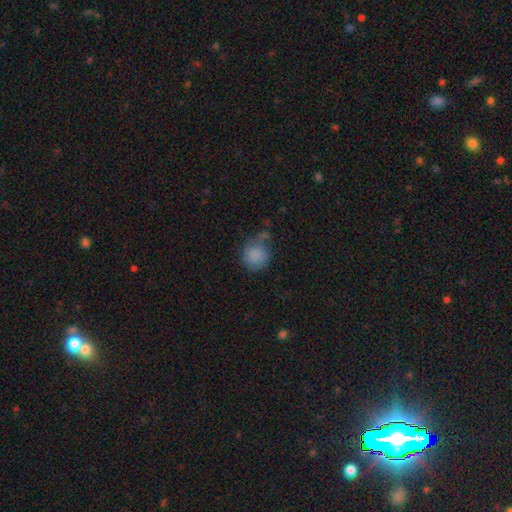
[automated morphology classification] Smooth or featured? smooth (83%)
How rounded? round (81%)
Merging? none (47%)